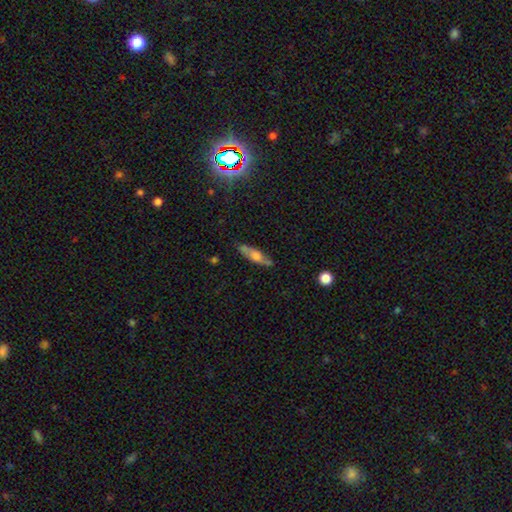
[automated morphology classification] A smooth galaxy with no disk features (49%). Merging: none (76%).